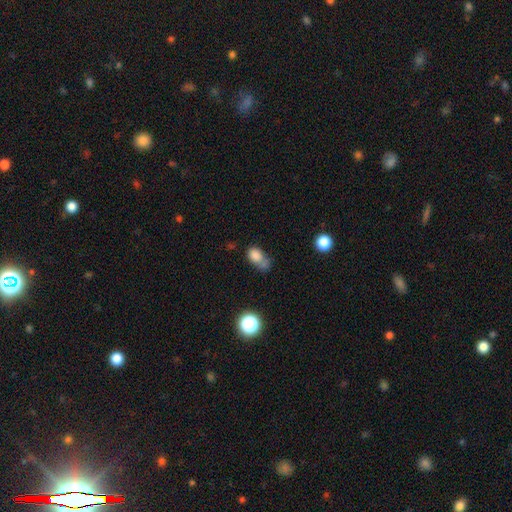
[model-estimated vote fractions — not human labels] A smooth galaxy with no disk features (78%) that is in between round and cigar-shaped (70%).

Vote fractions:
- Smooth or featured? smooth: 78% / star or artifact: 12% / featured or disk: 10%
- How rounded? in between: 70% / round: 27% / cigar-shaped: 2%
- Merging? none: 31% / merger: 28% / minor disturbance: 24% / major disturbance: 17%